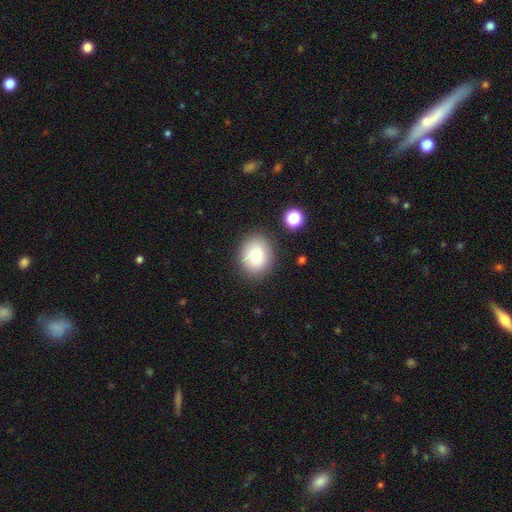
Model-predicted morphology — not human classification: Smooth or featured?
  - smooth: 84% *
  - star or artifact: 8%
  - featured or disk: 8%
How rounded?
  - in between: 52% *
  - round: 47%
  - cigar-shaped: 1%
Merging?
  - none: 82% *
  - minor disturbance: 11%
  - major disturbance: 3%
  - merger: 3%